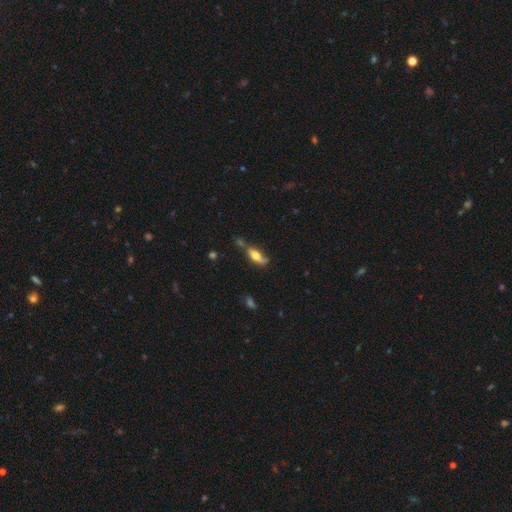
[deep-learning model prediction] Smooth or featured: smooth — 55% (featured or disk — 37%)
How rounded: in between — 60% (cigar-shaped — 36%)
Merging: none — 51% (minor disturbance — 25%)